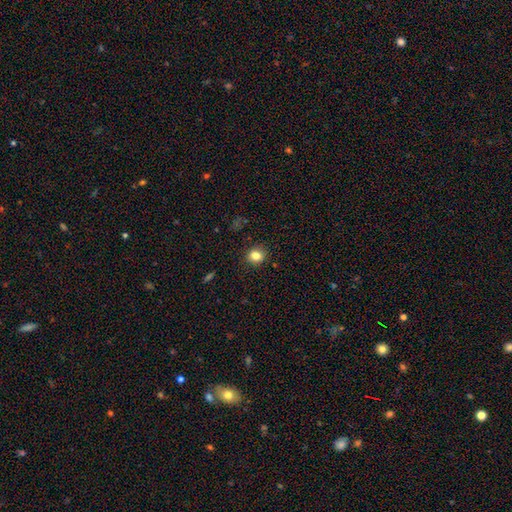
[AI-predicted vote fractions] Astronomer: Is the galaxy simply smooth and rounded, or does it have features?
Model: smooth — 81%.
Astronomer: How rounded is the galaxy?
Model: round — 77%.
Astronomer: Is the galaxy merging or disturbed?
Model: none — 89%.